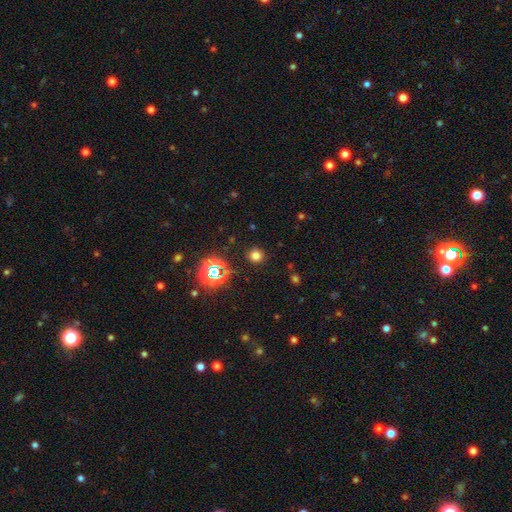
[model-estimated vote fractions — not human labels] Smooth or featured? smooth (71%)
How rounded? round (90%)
Merging? none (89%)